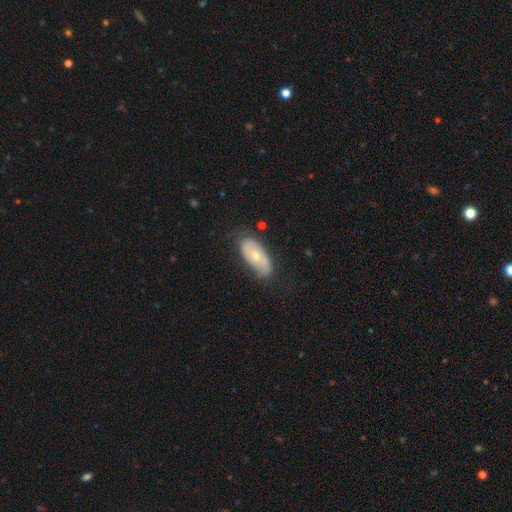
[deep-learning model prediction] Smooth or featured? featured or disk (49%)
Merging? none (70%)